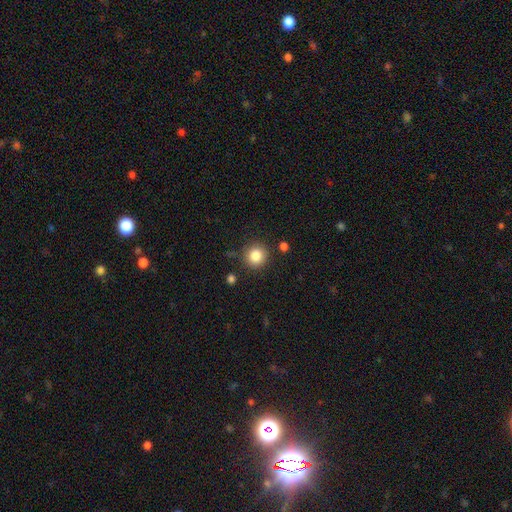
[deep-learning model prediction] A smooth galaxy with no disk features (85%) that is round (91%).

Vote fractions:
- Smooth or featured? smooth: 85% / star or artifact: 10% / featured or disk: 5%
- How rounded? round: 91% / in between: 8% / cigar-shaped: 1%
- Merging? none: 86% / minor disturbance: 8% / merger: 3% / major disturbance: 3%